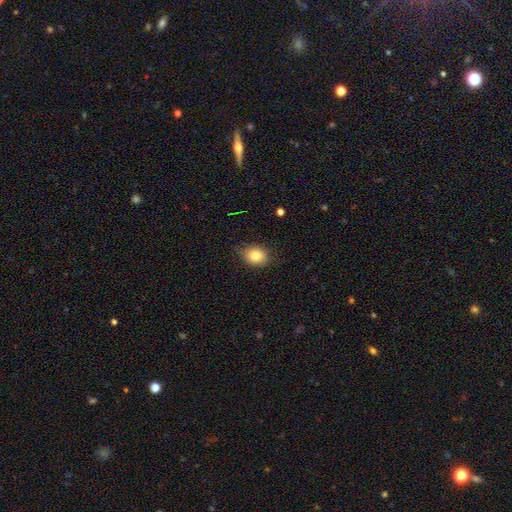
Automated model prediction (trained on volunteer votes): Smooth or featured? smooth (82%)
How rounded? in between (58%)
Merging? none (81%)